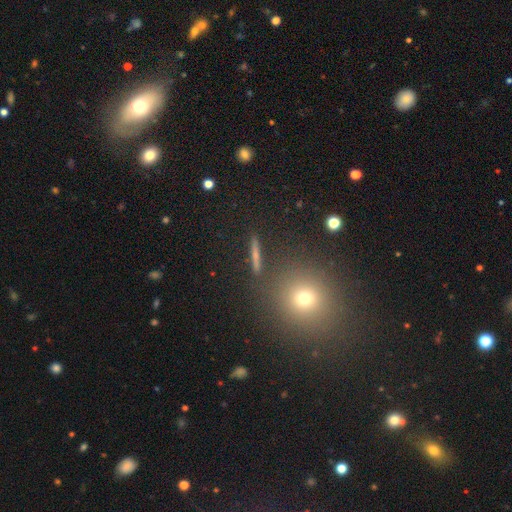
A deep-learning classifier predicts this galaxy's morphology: Overall: smooth (42%; featured or disk 30%). Merging: none (89%).